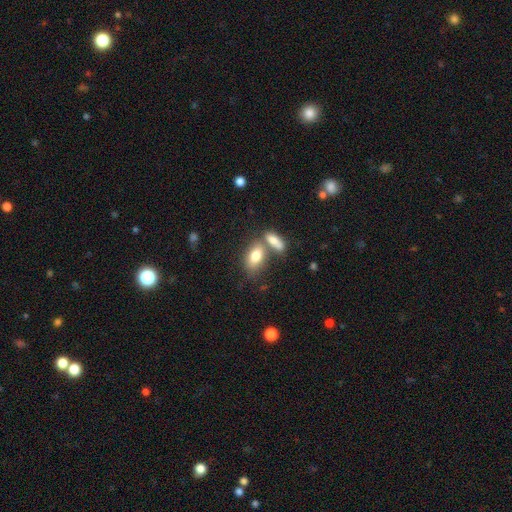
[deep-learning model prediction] The model was most divided on "merging": merger: 45%, none: 40%, minor disturbance: 10%, major disturbance: 4%. More confident: how rounded — in between (88%); smooth or featured — smooth (78%).